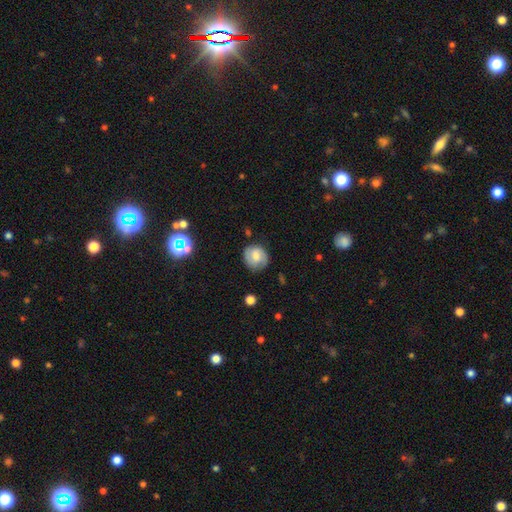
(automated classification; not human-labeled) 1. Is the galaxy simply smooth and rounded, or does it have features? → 52% smooth, 38% featured or disk, 10% star or artifact.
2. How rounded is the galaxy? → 82% round, 17% in between, 1% cigar-shaped.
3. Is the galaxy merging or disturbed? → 77% none, 17% minor disturbance, 4% major disturbance, 2% merger.